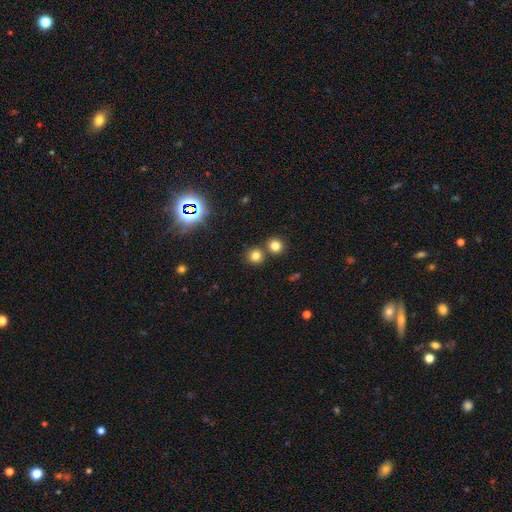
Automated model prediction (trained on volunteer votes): smooth-or-featured: smooth: 77% | star or artifact: 18% | featured or disk: 6%
  how-rounded: round: 91% | in between: 8% | cigar-shaped: 1%
  merging: none: 73% | merger: 18% | minor disturbance: 7% | major disturbance: 3%